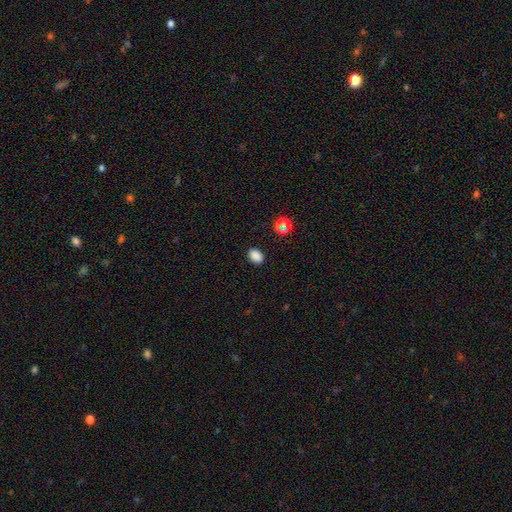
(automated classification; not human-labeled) This is clearly a smooth galaxy (85%). How rounded: likely in between (76%). Merging: clearly none (88%).